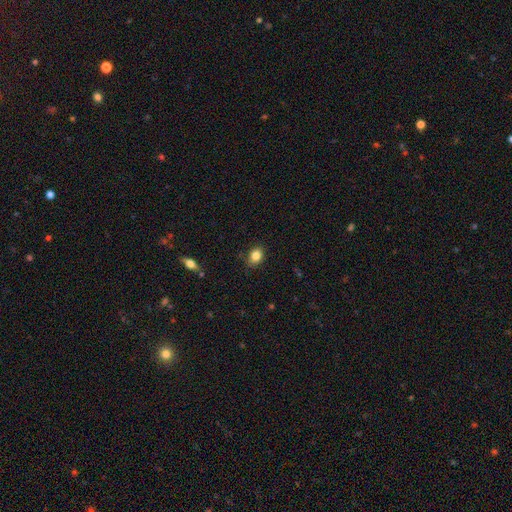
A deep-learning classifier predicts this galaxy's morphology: A smooth galaxy with no disk features (85%) that is in between round and cigar-shaped (65%). Merging: none (83%).